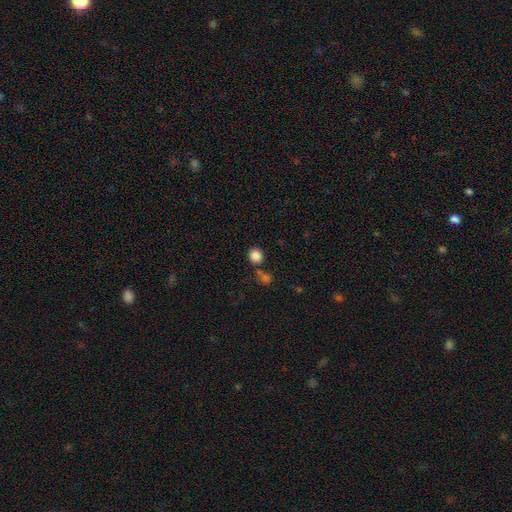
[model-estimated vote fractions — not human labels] A smooth galaxy with no disk features (85%) that is round (87%).

Vote fractions:
- Smooth or featured? smooth: 85% / star or artifact: 11% / featured or disk: 4%
- How rounded? round: 87% / in between: 12% / cigar-shaped: 1%
- Merging? none: 75% / merger: 13% / minor disturbance: 9% / major disturbance: 3%